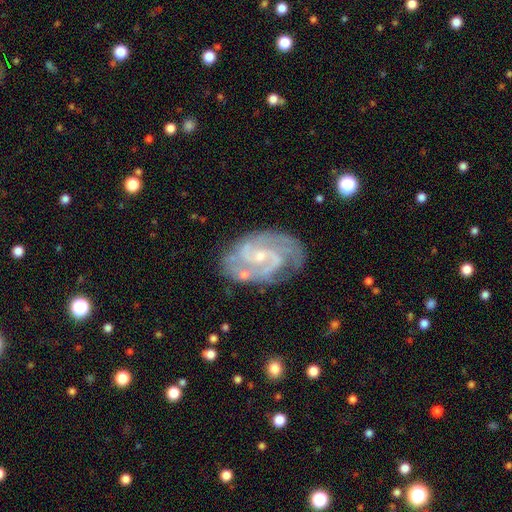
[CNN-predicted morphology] featured or disk 86%, star or artifact 7%, smooth 7%. Down the decision tree: edge-on disk — no (97%); bar — weak (44%); spiral arms — yes (97%); spiral arm count — 2 (58%); spiral winding — tight (49%); bulge size — small (70%); merging — none (74%).